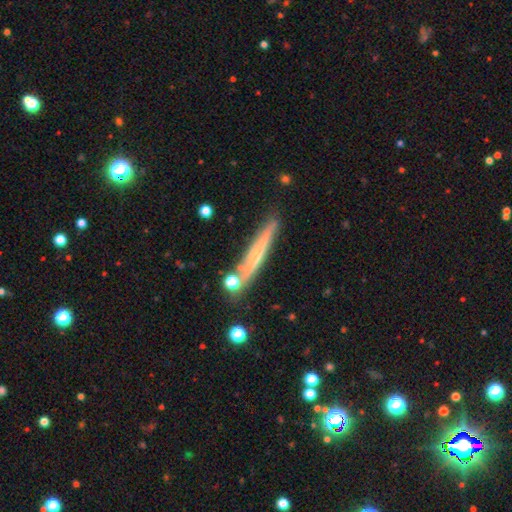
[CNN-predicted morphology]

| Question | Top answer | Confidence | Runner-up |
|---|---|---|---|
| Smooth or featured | featured or disk | 56% | smooth (36%) |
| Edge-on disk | yes | 92% | no (8%) |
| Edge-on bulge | none | 58% | rounded (36%) |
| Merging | none | 76% | minor disturbance (13%) |